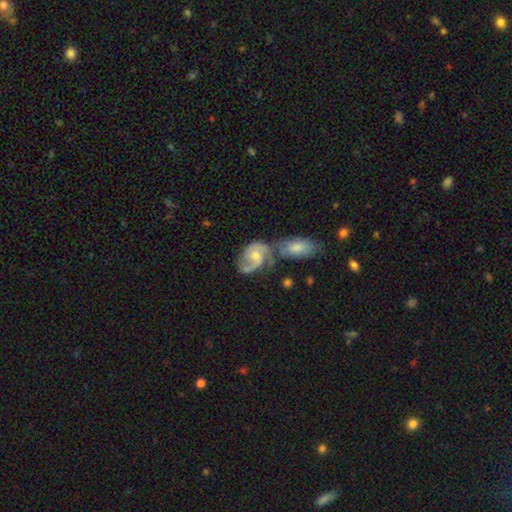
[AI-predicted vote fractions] A featured or disk galaxy (77%) with no bar (62%), 2 (80%) medium (51%) spiral arms (94%) and a moderate central bulge (48%).

Vote fractions:
- Smooth or featured? featured or disk: 77% / smooth: 17% / star or artifact: 5%
- Edge-on disk? no: 97% / yes: 3%
- Bar? no: 62% / weak: 33% / strong: 5%
- Spiral arms? yes: 94% / no: 6%
- Spiral winding? medium: 51% / loose: 25% / tight: 24%
- Spiral arm count? 2: 80% / 1: 7% / can't tell: 7% / 3: 3% / 4: 1% / more than 4: 1%
- Bulge size? moderate: 48% / small: 39% / none: 7% / large: 5% / dominant: 1%
- Merging? merger: 53% / none: 23% / minor disturbance: 13% / major disturbance: 10%